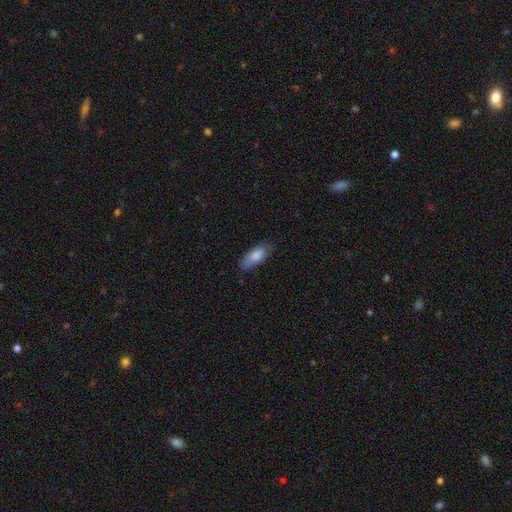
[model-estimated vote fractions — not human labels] Morphology: type=smooth (81%); roundness=in between (81%); merging=none (71%).